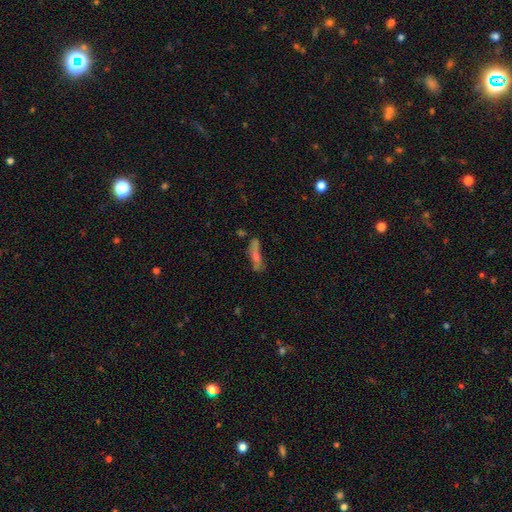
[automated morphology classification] Smooth or featured?
  - featured or disk: 45% *
  - smooth: 43%
  - star or artifact: 12%
Merging?
  - none: 67% *
  - minor disturbance: 20%
  - major disturbance: 8%
  - merger: 5%